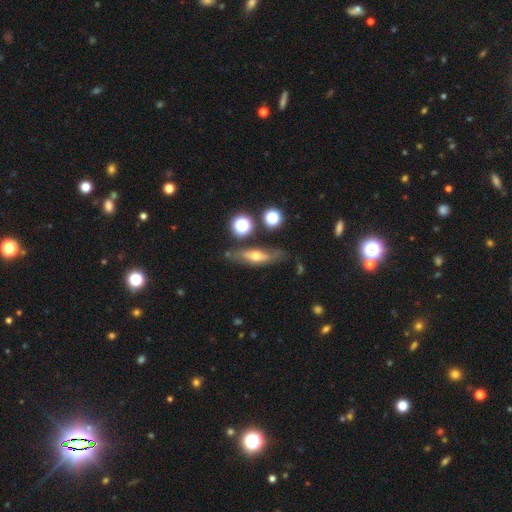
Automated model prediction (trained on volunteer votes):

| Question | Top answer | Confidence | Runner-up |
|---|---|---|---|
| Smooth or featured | featured or disk | 50% | smooth (39%) |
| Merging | none | 65% | minor disturbance (21%) |